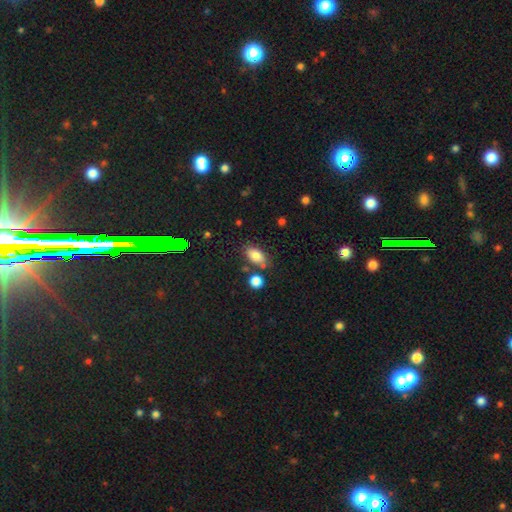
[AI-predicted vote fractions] Morphology: type=smooth (79%); roundness=in between (87%); merging=none (72%).